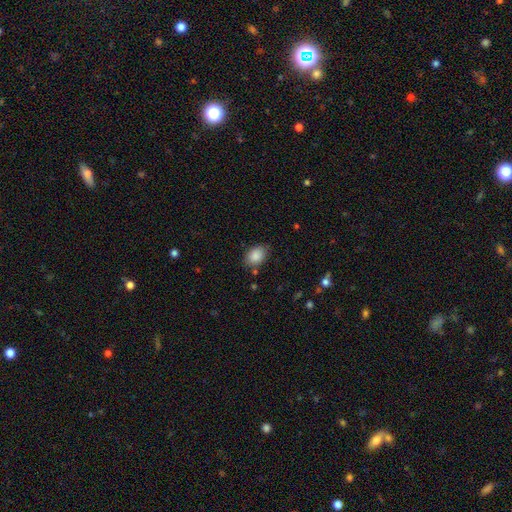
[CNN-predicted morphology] A smooth galaxy with no disk features (87%) that is in between round and cigar-shaped (73%).

Vote fractions:
- Smooth or featured? smooth: 87% / star or artifact: 8% / featured or disk: 5%
- How rounded? in between: 73% / round: 26% / cigar-shaped: 1%
- Merging? none: 80% / minor disturbance: 15% / major disturbance: 4% / merger: 2%